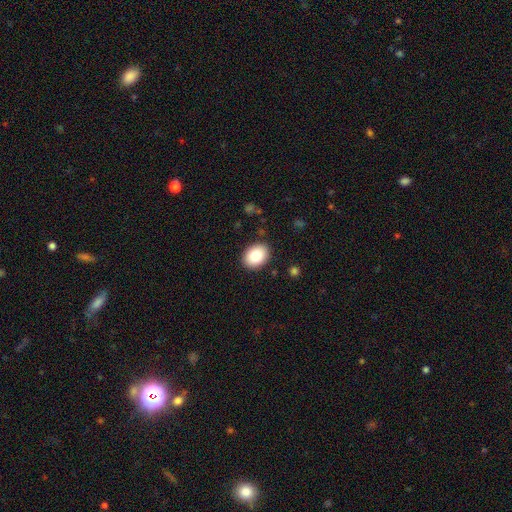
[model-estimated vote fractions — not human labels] Smooth or featured? smooth (83%)
How rounded? in between (67%)
Merging? none (89%)